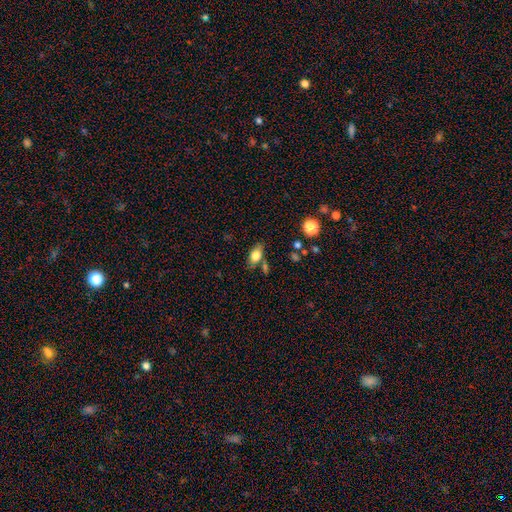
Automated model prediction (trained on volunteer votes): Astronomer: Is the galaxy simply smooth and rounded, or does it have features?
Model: smooth — 78%.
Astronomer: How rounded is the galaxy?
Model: in between — 83%.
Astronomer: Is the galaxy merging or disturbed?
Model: none — 69%.